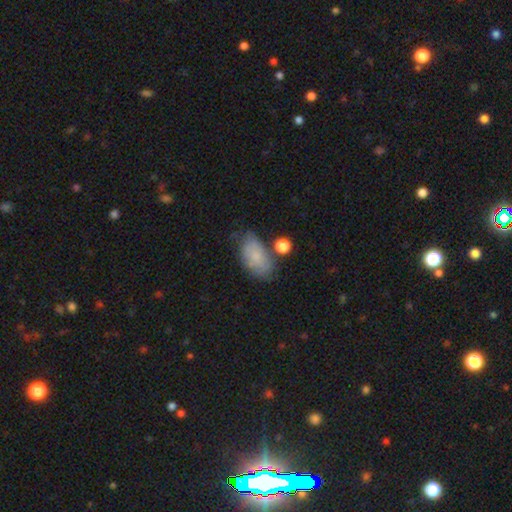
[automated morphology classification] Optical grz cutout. It shows a smooth galaxy with no disk features (72%) that is in between round and cigar-shaped (91%). Merging: none (50%).